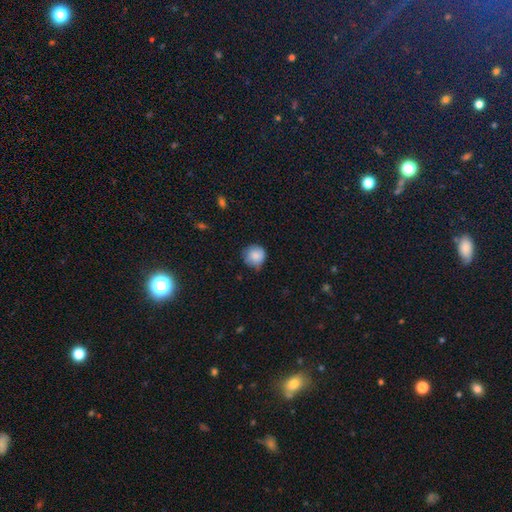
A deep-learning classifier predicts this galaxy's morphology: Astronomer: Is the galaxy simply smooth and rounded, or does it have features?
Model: smooth — 85%.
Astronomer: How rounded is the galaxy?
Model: round — 92%.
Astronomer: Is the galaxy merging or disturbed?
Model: none — 68%.